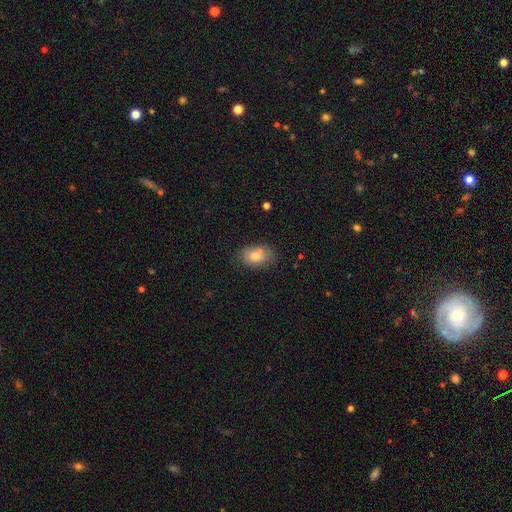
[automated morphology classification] This appears to be a smooth galaxy with no disk features (80%) that is in between round and cigar-shaped (86%). Merging: none (65%).